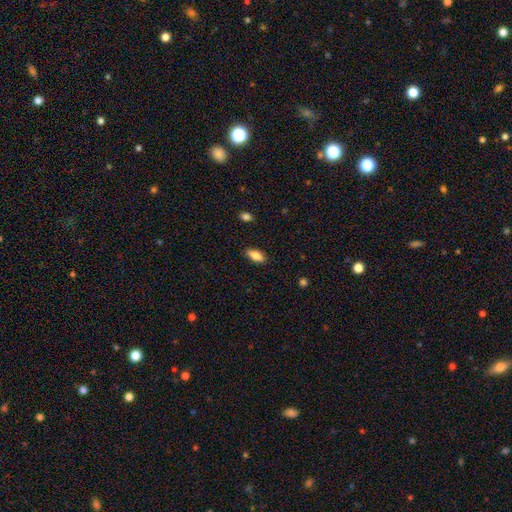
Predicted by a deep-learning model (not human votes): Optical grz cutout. It shows a smooth galaxy with no disk features (84%) that is in between round and cigar-shaped (85%). Merging: none (87%).